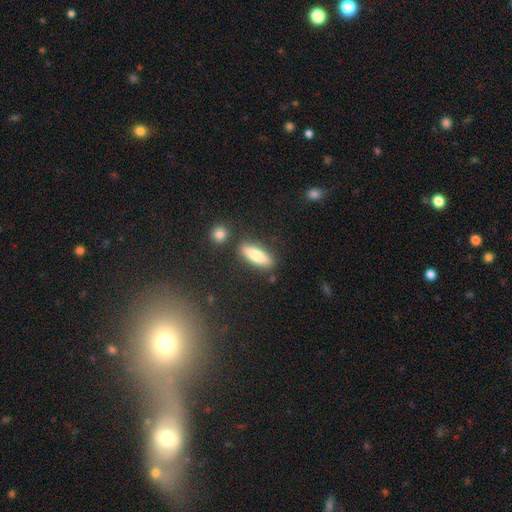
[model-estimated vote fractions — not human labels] smooth 74%, featured or disk 19%, star or artifact 7%. Down the decision tree: how rounded — cigar-shaped (49%); merging — none (81%).